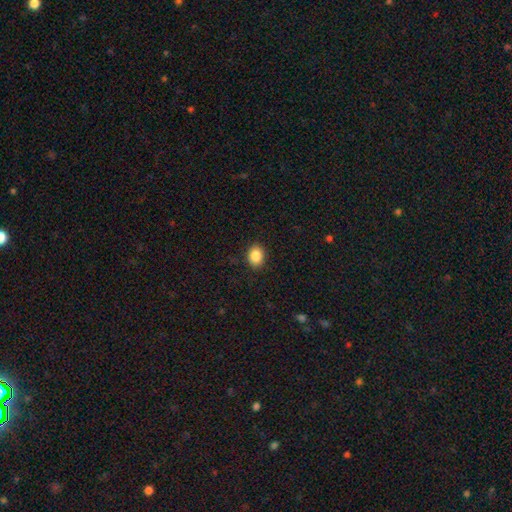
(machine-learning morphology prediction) type=smooth (87%); roundness=in between (56%); merging=none (90%).